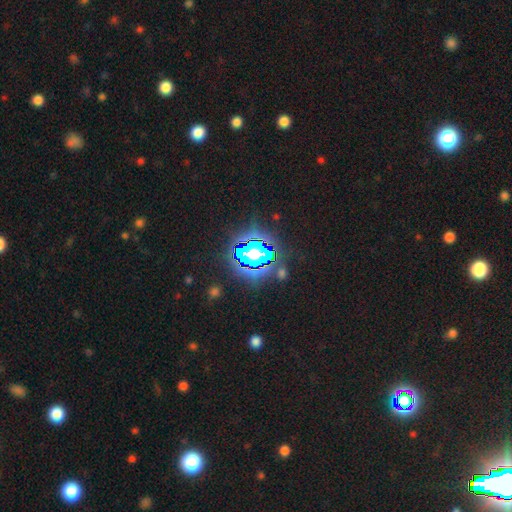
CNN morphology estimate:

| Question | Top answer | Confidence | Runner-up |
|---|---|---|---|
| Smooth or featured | star or artifact | 67% | smooth (19%) |